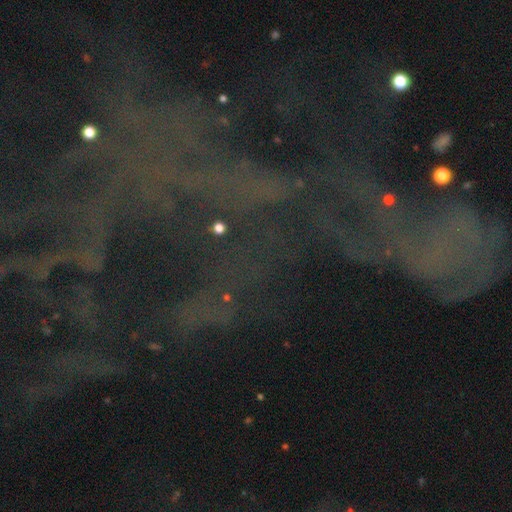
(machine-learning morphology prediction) The model was most divided on "smooth or featured": star or artifact: 77%, featured or disk: 13%, smooth: 10%.